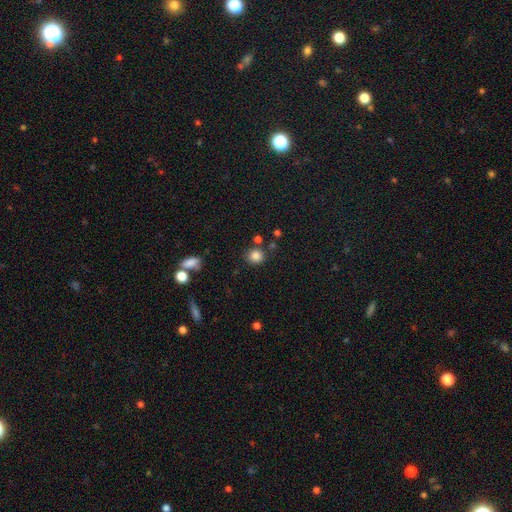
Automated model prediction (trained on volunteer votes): smooth_or_featured: smooth (p=0.84) [alt: star or artifact p=0.11]
how_rounded: round (p=0.83) [alt: in between p=0.16]
merging: none (p=0.79) [alt: minor disturbance p=0.10]